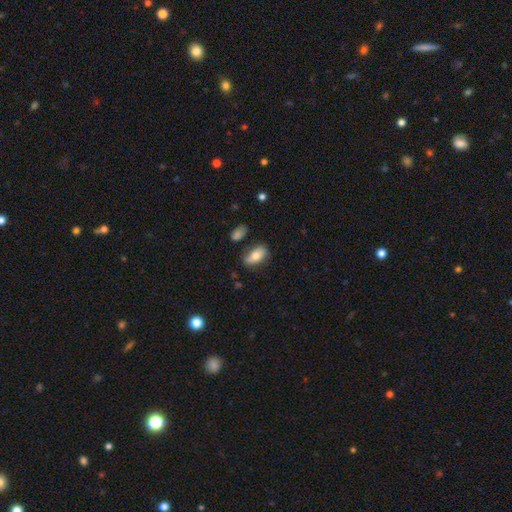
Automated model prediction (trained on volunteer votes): Morphology: type=smooth (70%); roundness=in between (91%); merging=none (65%).